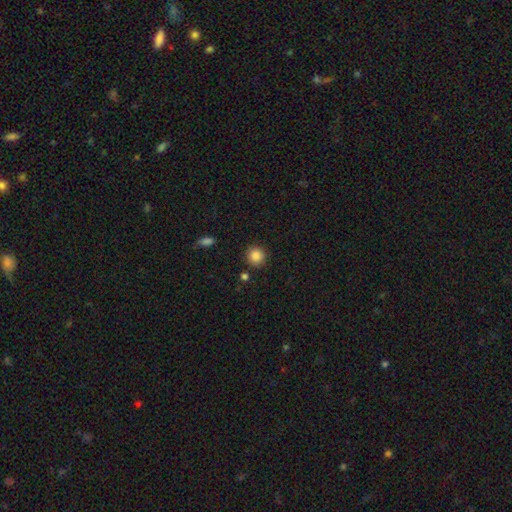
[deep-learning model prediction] This is clearly a smooth galaxy (86%). How rounded: clearly round (92%). Merging: clearly none (88%).